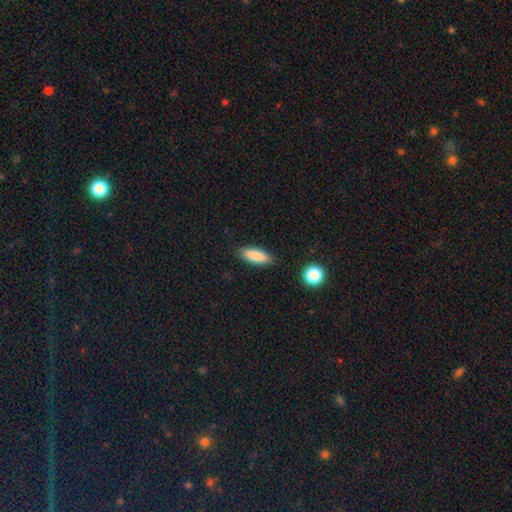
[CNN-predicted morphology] Smooth or featured: smooth — 86% (featured or disk — 7%)
How rounded: in between — 57% (cigar-shaped — 41%)
Merging: none — 85% (minor disturbance — 11%)